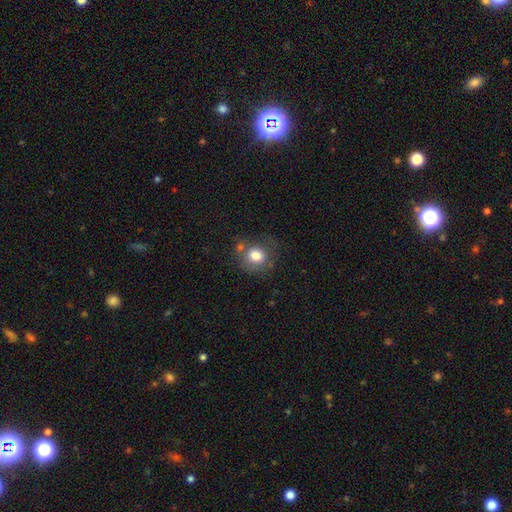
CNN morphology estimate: Smooth or featured? smooth (79%)
How rounded? round (75%)
Merging? none (61%)